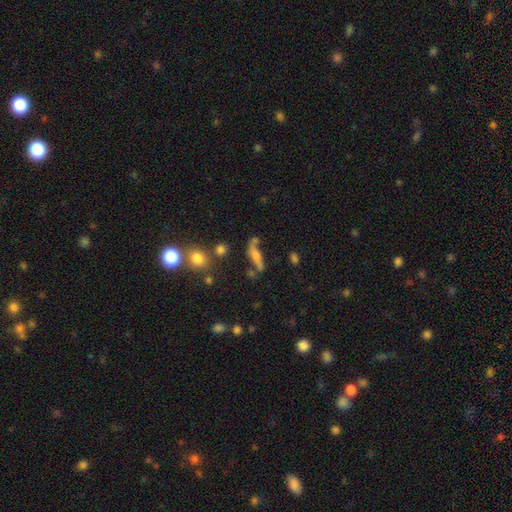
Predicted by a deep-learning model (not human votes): featured or disk 47%, smooth 41%, star or artifact 12%. Down the decision tree: merging — none (60%).